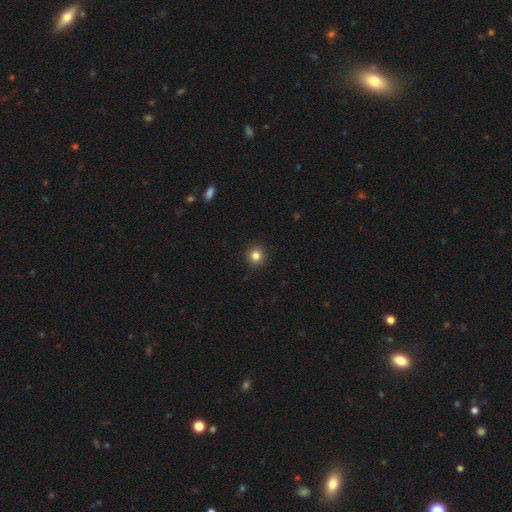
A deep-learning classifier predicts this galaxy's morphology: This appears to be a smooth galaxy with no disk features (83%) that is round (93%). Merging: none (93%).